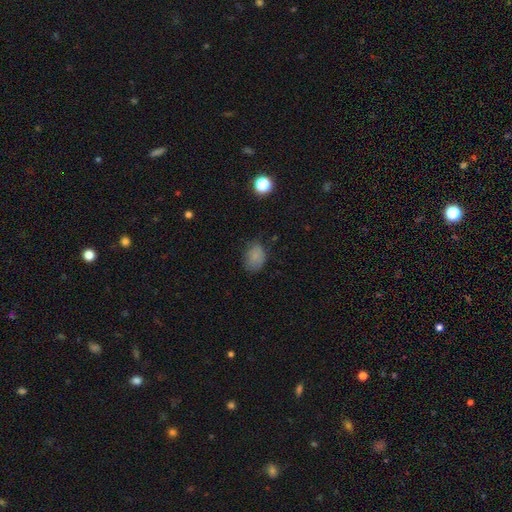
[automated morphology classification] The model was most divided on "merging": none: 64%, minor disturbance: 26%, major disturbance: 8%, merger: 2%. More confident: smooth or featured — smooth (81%); how rounded — in between (71%).